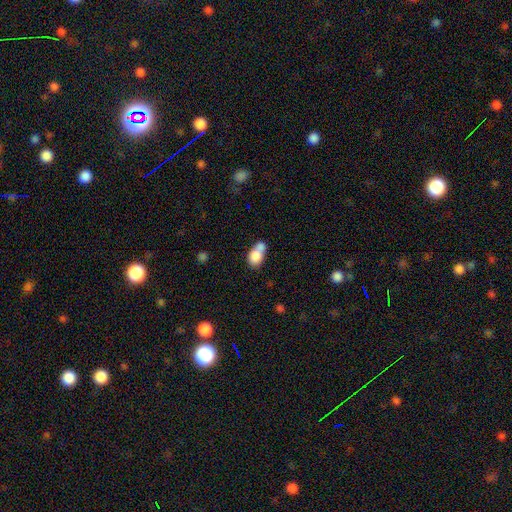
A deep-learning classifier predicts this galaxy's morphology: type=smooth (79%); roundness=in between (74%); merging=merger (57%).